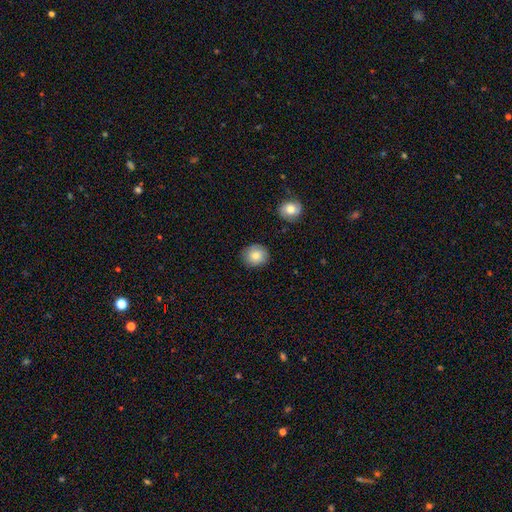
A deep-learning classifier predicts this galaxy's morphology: This is clearly a smooth galaxy (82%). How rounded: clearly round (85%). Merging: clearly none (87%).